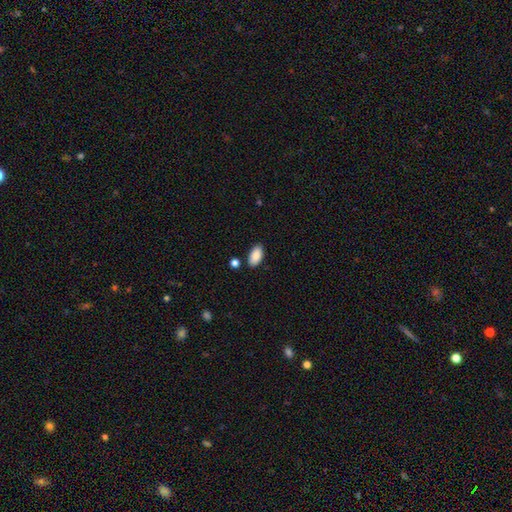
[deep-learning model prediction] smooth 89%, star or artifact 7%, featured or disk 5%. Down the decision tree: how rounded — in between (95%); merging — none (84%).